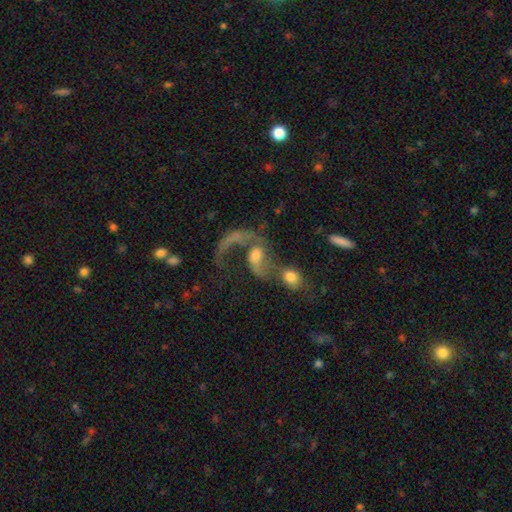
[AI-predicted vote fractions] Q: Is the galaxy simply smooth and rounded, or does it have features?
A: featured or disk — 67%.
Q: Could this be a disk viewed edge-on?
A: no — 96%.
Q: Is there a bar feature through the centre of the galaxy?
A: no — 56%.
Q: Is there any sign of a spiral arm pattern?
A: yes — 79%.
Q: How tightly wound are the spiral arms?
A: loose — 79%.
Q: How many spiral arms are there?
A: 2 — 47%.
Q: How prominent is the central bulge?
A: moderate — 49%.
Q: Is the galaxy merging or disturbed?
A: merger — 51%.